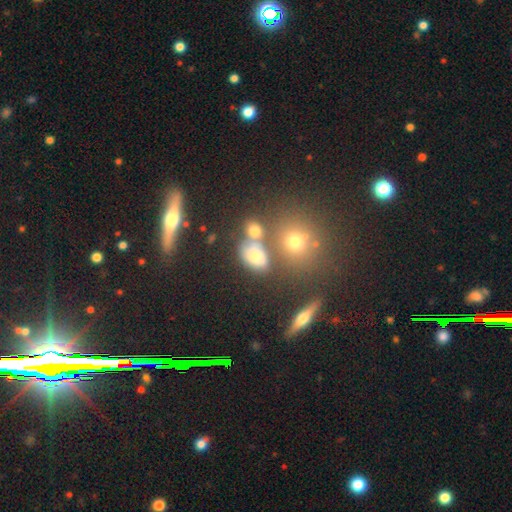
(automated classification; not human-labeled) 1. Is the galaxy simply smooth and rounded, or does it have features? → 65% smooth, 19% star or artifact, 16% featured or disk.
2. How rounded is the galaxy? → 69% in between, 29% round, 3% cigar-shaped.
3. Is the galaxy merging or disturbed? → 47% none, 29% merger, 15% minor disturbance, 9% major disturbance.